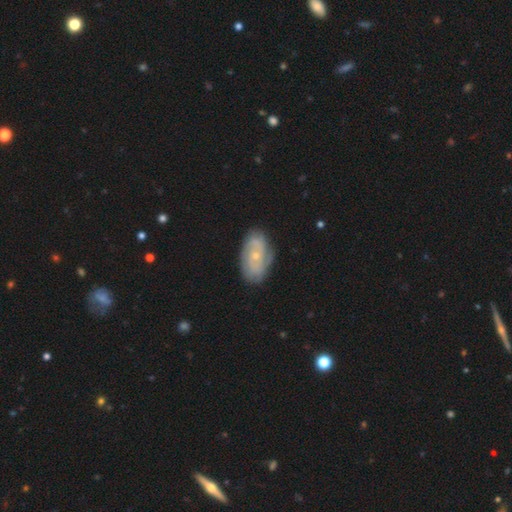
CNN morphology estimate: Smooth or featured? featured or disk (73%)
Edge-on disk? no (95%)
Bar? no (73%)
Spiral arms? yes (89%)
Spiral winding? tight (55%)
Spiral arm count? 2 (39%)
Bulge size? small (72%)
Merging? none (79%)